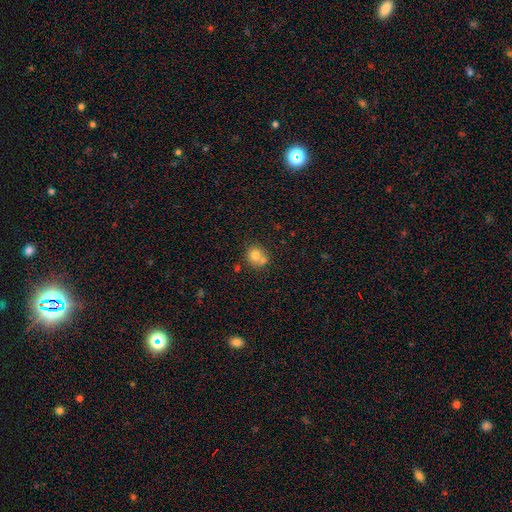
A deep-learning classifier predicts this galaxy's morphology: This appears to be a smooth galaxy with no disk features (74%) that is round (77%). Merging: none (46%).